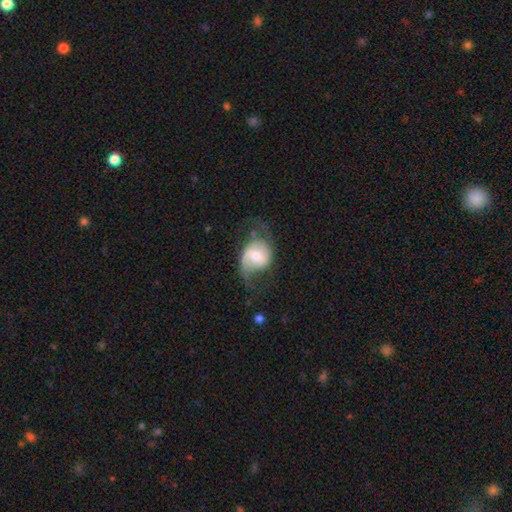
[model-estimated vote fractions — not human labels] Smooth or featured? Predicted: featured or disk (p=0.64). Edge-on disk? Predicted: no (p=0.97). Bar? Predicted: no (p=0.52). Spiral arms? Predicted: yes (p=0.85). Spiral winding? Predicted: loose (p=0.56). Spiral arm count? Predicted: 2 (p=0.76). Bulge size? Predicted: moderate (p=0.59). Merging? Predicted: none (p=0.46).